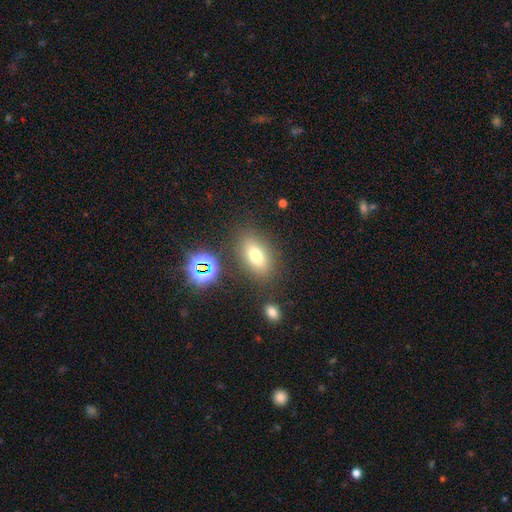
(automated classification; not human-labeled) Morphology: type=smooth (72%); roundness=in between (81%); merging=none (81%).